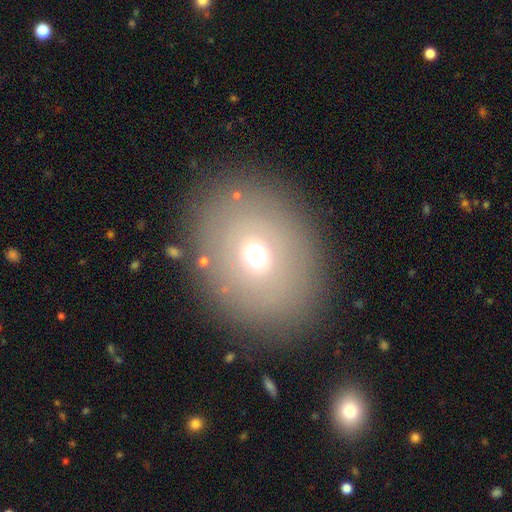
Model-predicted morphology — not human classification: The model was most divided on "how rounded": round: 51%, in between: 48%, cigar-shaped: 1%. More confident: merging — none (84%); smooth or featured — smooth (64%).